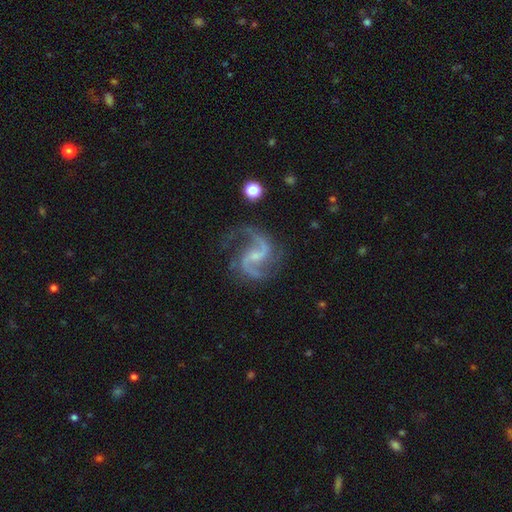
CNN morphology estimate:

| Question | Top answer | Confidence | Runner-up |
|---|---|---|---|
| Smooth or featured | featured or disk | 93% | star or artifact (5%) |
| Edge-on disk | no | 98% | yes (2%) |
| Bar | weak | 49% | no (33%) |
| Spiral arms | yes | 98% | no (2%) |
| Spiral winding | medium | 51% | loose (41%) |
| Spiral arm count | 2 | 92% | 3 (2%) |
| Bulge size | small | 60% | none (19%) |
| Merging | none | 73% | minor disturbance (16%) |